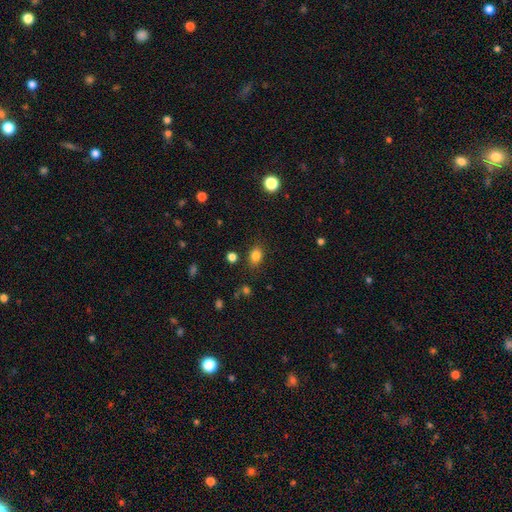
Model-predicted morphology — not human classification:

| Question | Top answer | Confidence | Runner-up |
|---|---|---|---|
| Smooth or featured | smooth | 82% | star or artifact (12%) |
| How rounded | in between | 66% | round (33%) |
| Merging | none | 83% | minor disturbance (11%) |